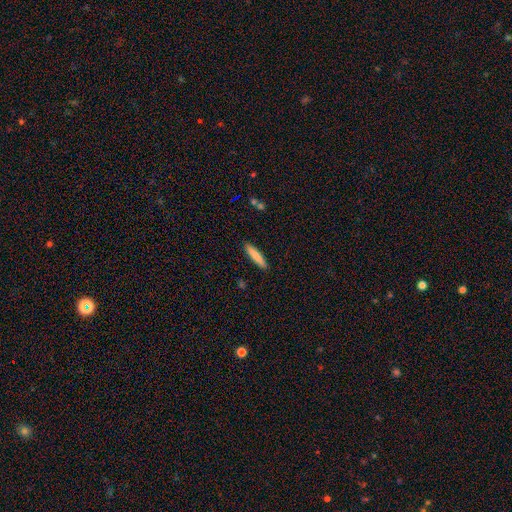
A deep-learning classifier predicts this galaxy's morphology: smooth-or-featured: smooth: 81% | featured or disk: 13% | star or artifact: 6%
  how-rounded: cigar-shaped: 88% | in between: 11% | round: 1%
  merging: none: 90% | minor disturbance: 7% | major disturbance: 2% | merger: 1%